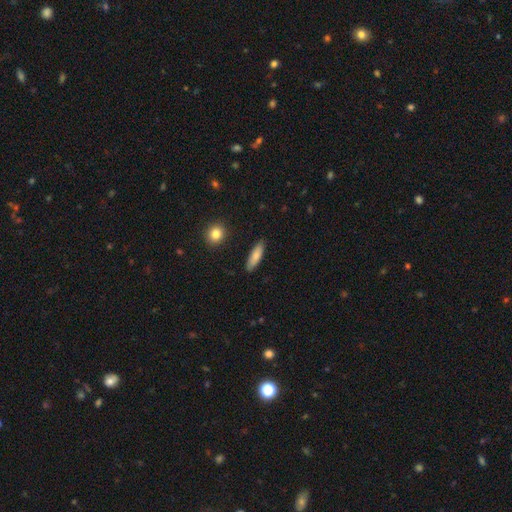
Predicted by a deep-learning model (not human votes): Smooth or featured? Predicted: smooth (p=0.80). How rounded? Predicted: cigar-shaped (p=0.49, tied with in between). Merging? Predicted: none (p=0.85).